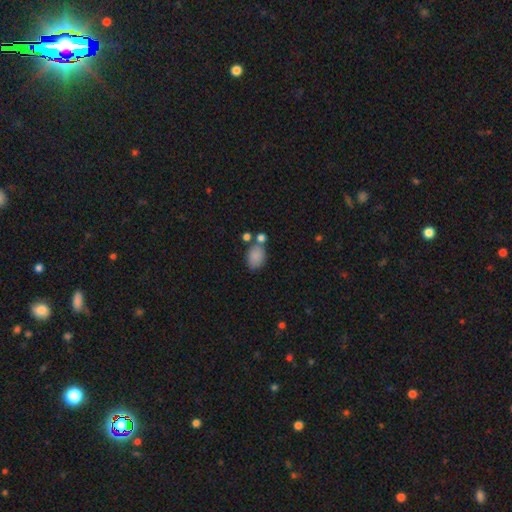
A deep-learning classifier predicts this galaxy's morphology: smooth_or_featured: smooth (p=0.84) [alt: star or artifact p=0.10]
how_rounded: in between (p=0.70) [alt: round p=0.28]
merging: none (p=0.60) [alt: merger p=0.20]